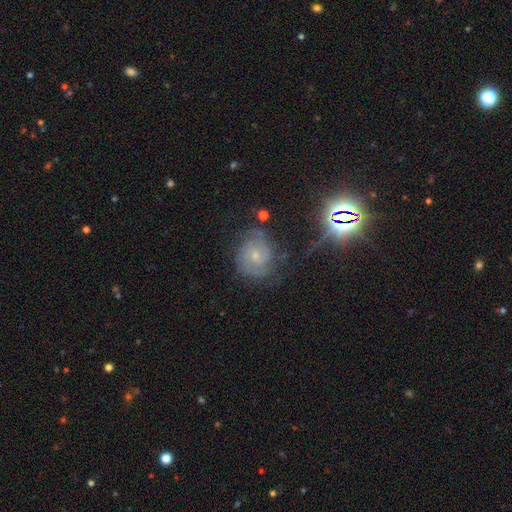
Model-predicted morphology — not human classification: Q: Smooth or featured?
A: featured or disk (73%); runner-up: star or artifact (14%)
Q: Edge-on disk?
A: no (97%); runner-up: yes (3%)
Q: Bar?
A: no (61%); runner-up: weak (32%)
Q: Spiral arms?
A: yes (94%); runner-up: no (6%)
Q: Spiral winding?
A: tight (57%); runner-up: medium (35%)
Q: Spiral arm count?
A: 2 (51%); runner-up: can't tell (22%)
Q: Bulge size?
A: small (62%); runner-up: moderate (33%)
Q: Merging?
A: none (68%); runner-up: minor disturbance (20%)